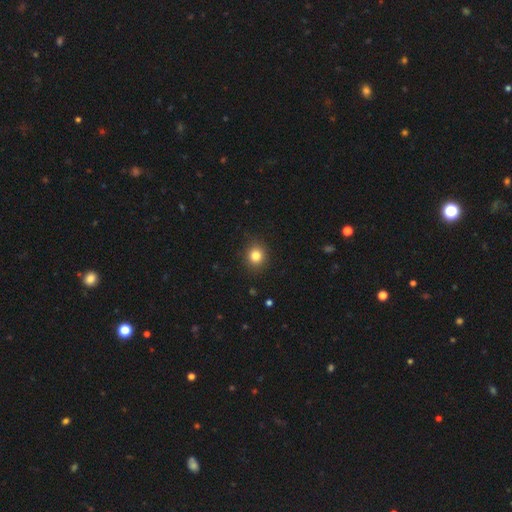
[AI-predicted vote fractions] A smooth galaxy with no disk features (82%) that is round (81%). Merging: none (90%).